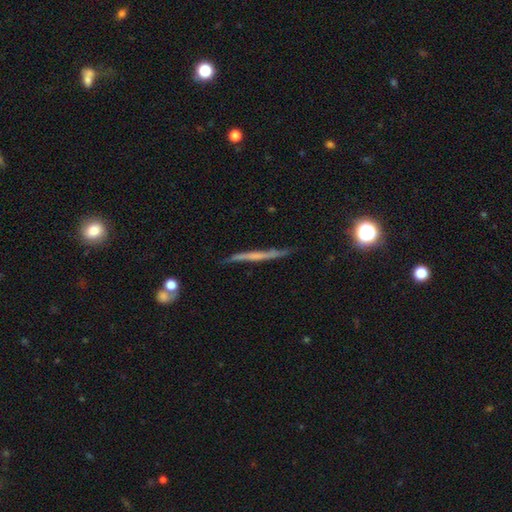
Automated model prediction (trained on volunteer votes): Smooth or featured? Predicted: featured or disk (p=0.58). Edge-on disk? Predicted: yes (p=0.92). Edge-on bulge? Predicted: none (p=0.80). Merging? Predicted: none (p=0.79).